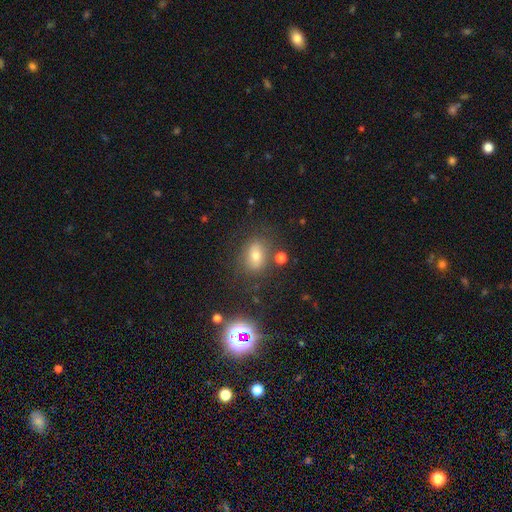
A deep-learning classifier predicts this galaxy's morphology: smooth-or-featured: smooth: 61% | star or artifact: 22% | featured or disk: 17%
  how-rounded: in between: 71% | round: 25% | cigar-shaped: 3%
  merging: none: 77% | minor disturbance: 13% | merger: 5% | major disturbance: 5%